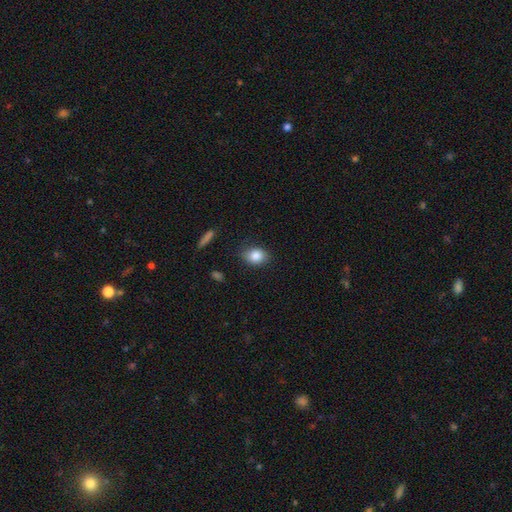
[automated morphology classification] smooth 85%, star or artifact 9%, featured or disk 6%. Down the decision tree: how rounded — in between (57%); merging — none (82%).